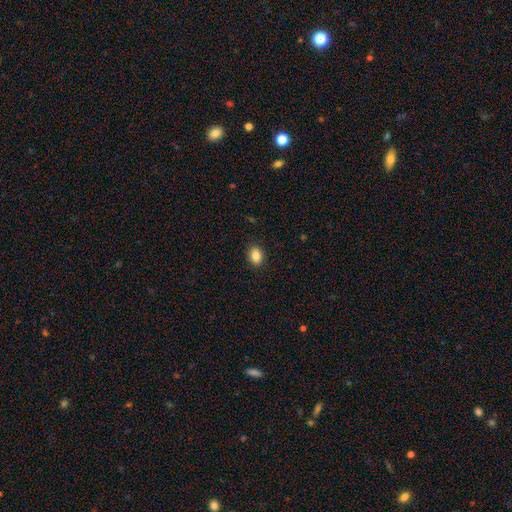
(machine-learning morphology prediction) Smooth or featured?
  - smooth: 86% *
  - star or artifact: 9%
  - featured or disk: 5%
How rounded?
  - in between: 58% *
  - round: 41%
  - cigar-shaped: 1%
Merging?
  - none: 90% *
  - minor disturbance: 7%
  - major disturbance: 2%
  - merger: 1%